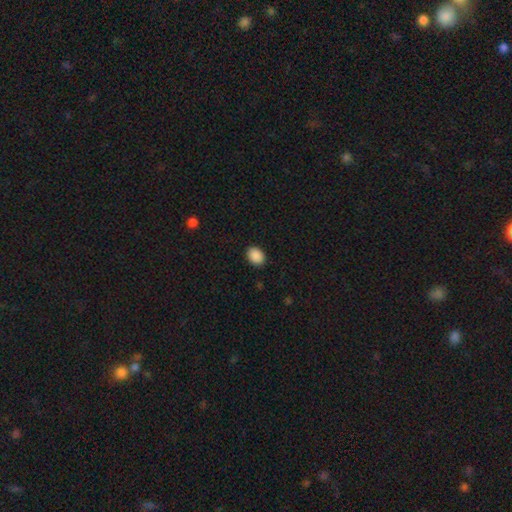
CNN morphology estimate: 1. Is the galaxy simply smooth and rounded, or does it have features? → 90% smooth, 8% star or artifact, 2% featured or disk.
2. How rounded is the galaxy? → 62% in between, 38% round, 1% cigar-shaped.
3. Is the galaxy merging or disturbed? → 90% none, 7% minor disturbance, 2% major disturbance, 1% merger.